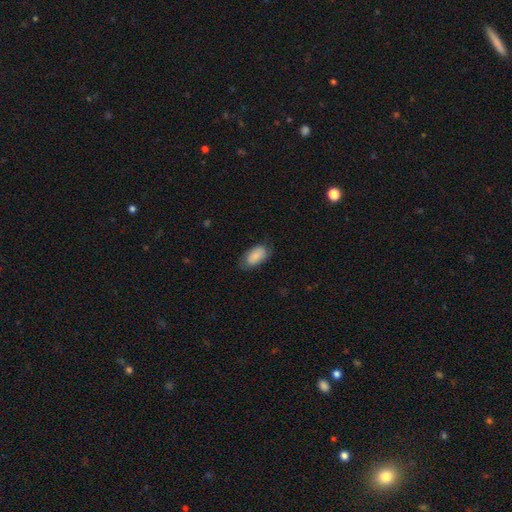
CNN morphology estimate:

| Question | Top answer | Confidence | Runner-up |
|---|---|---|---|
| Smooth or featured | smooth | 85% | featured or disk (8%) |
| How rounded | in between | 94% | round (3%) |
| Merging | none | 73% | minor disturbance (21%) |